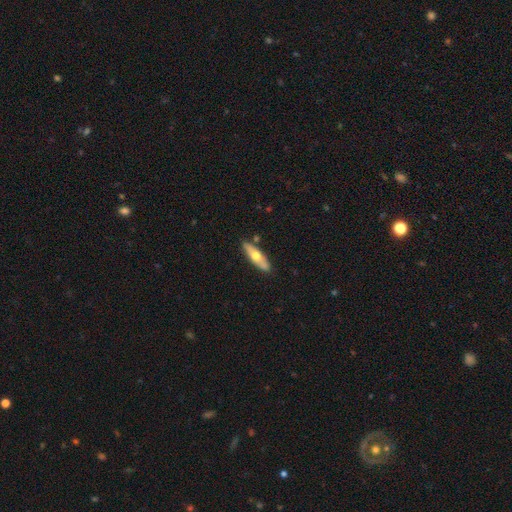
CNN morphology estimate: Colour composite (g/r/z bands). It shows a smooth galaxy with no disk features (52%) that is cigar-shaped (53%). Merging: none (85%).